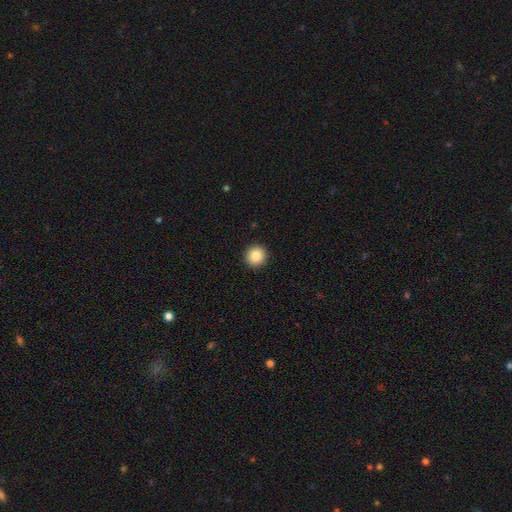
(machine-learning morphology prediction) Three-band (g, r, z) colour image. It shows a smooth galaxy with no disk features (85%) that is round (95%). Merging: none (94%).